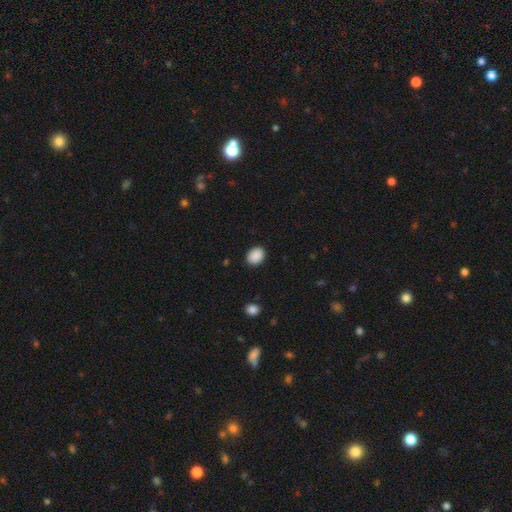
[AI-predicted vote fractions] Smooth or featured? smooth (89%)
How rounded? in between (52%)
Merging? none (88%)